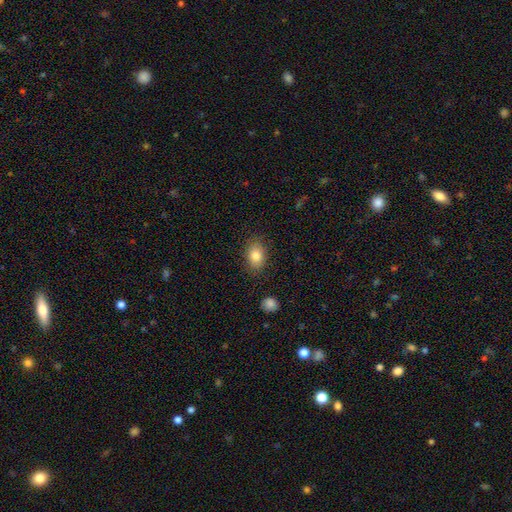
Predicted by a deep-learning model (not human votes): smooth-or-featured: smooth: 82% | featured or disk: 9% | star or artifact: 8%
  how-rounded: in between: 81% | round: 17% | cigar-shaped: 1%
  merging: none: 85% | minor disturbance: 11% | major disturbance: 3% | merger: 2%